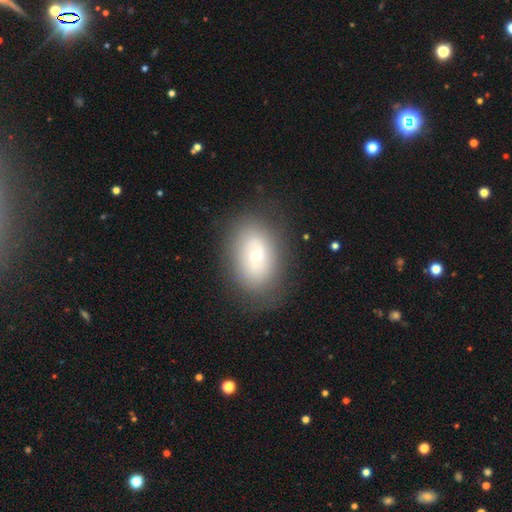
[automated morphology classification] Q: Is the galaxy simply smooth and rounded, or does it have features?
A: smooth — 55%.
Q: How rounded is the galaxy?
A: in between — 82%.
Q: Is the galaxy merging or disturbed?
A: none — 79%.